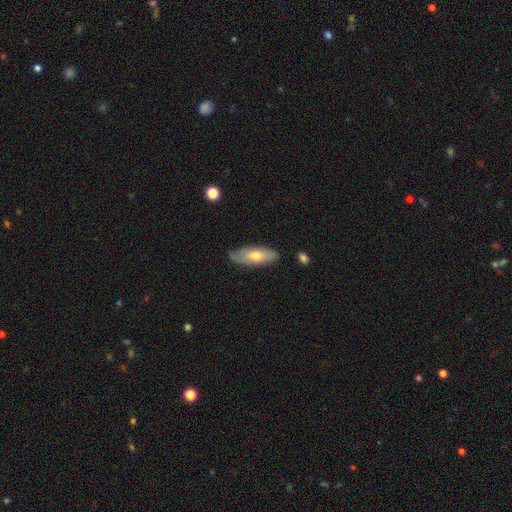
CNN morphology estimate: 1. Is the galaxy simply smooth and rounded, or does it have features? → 57% smooth, 36% featured or disk, 7% star or artifact.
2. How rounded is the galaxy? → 66% in between, 31% cigar-shaped, 2% round.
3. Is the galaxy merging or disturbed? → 80% none, 16% minor disturbance, 3% major disturbance, 2% merger.